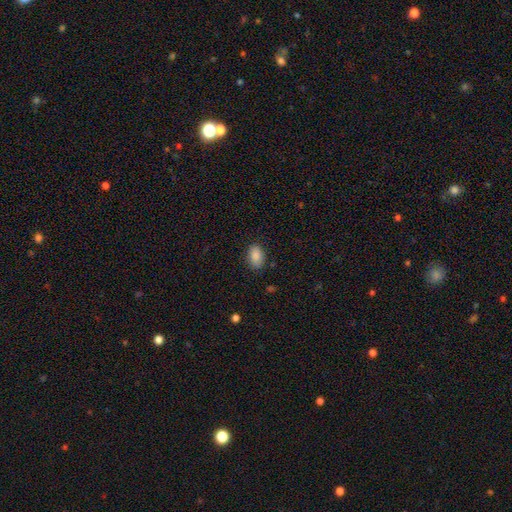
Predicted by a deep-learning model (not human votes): Smooth or featured? Predicted: smooth (p=0.87). How rounded? Predicted: in between (p=0.88). Merging? Predicted: none (p=0.84).